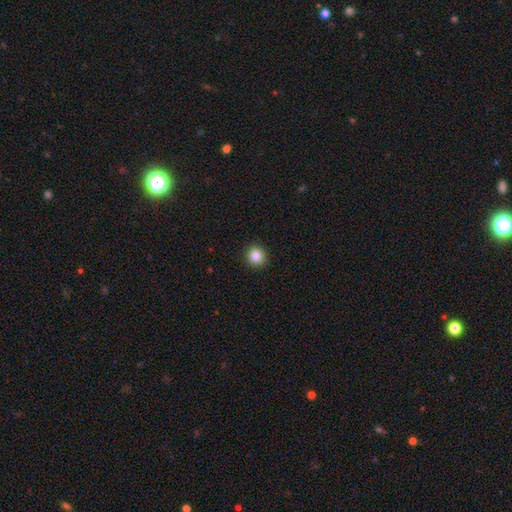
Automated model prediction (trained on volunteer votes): Morphology: type=smooth (85%); roundness=round (91%); merging=none (92%).